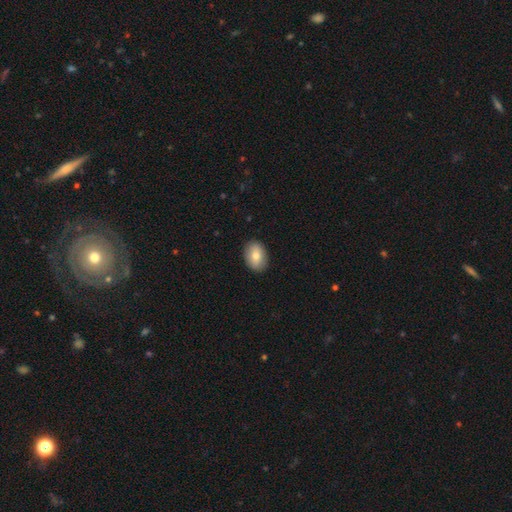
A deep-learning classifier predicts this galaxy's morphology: A smooth galaxy with no disk features (78%) that is in between round and cigar-shaped (82%). Merging: none (89%).